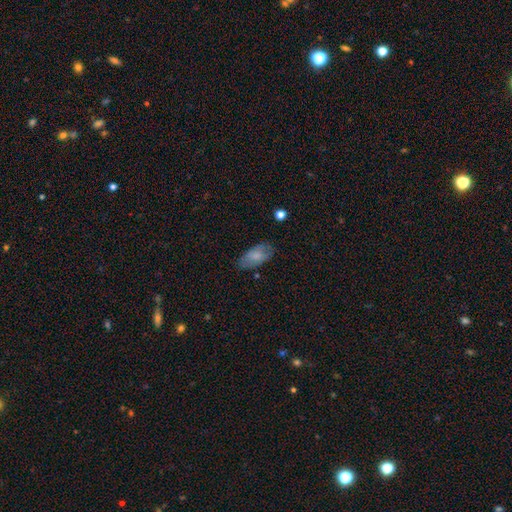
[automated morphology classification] smooth_or_featured: smooth (p=0.76) [alt: featured or disk p=0.17]
how_rounded: in between (p=0.93) [alt: cigar-shaped p=0.04]
merging: none (p=0.72) [alt: minor disturbance p=0.20]